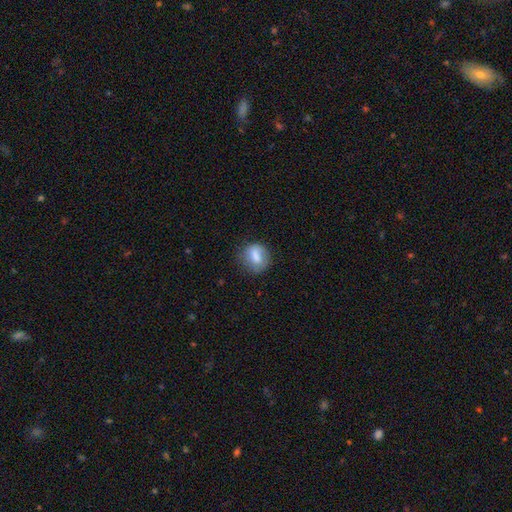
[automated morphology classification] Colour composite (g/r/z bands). It shows a smooth galaxy with no disk features (74%) that is round (66%). Merging: none (66%).